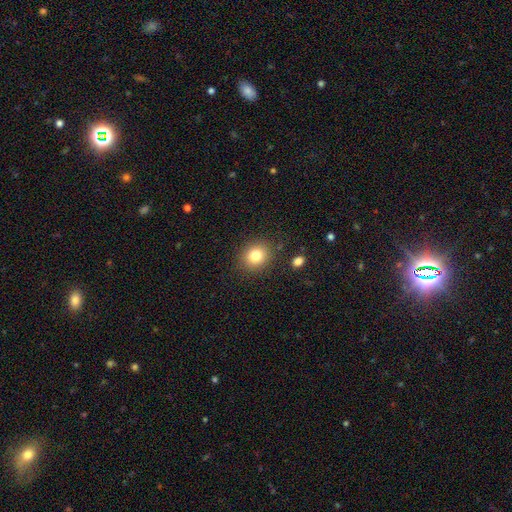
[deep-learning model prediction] Smooth or featured: smooth — 81% (star or artifact — 11%)
How rounded: round — 76% (in between — 24%)
Merging: none — 86% (minor disturbance — 9%)